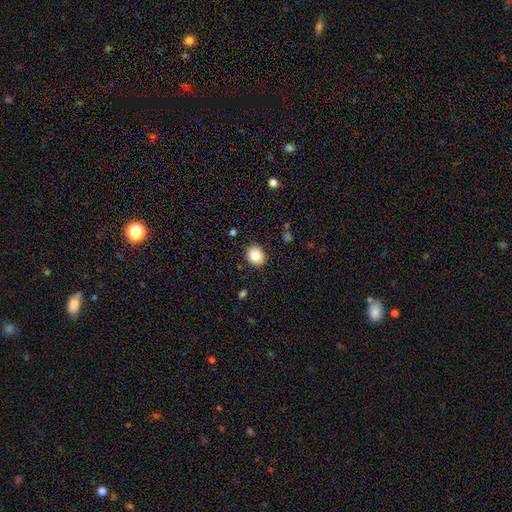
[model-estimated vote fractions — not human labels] smooth 86%, star or artifact 9%, featured or disk 5%. Down the decision tree: how rounded — round (71%); merging — none (89%).